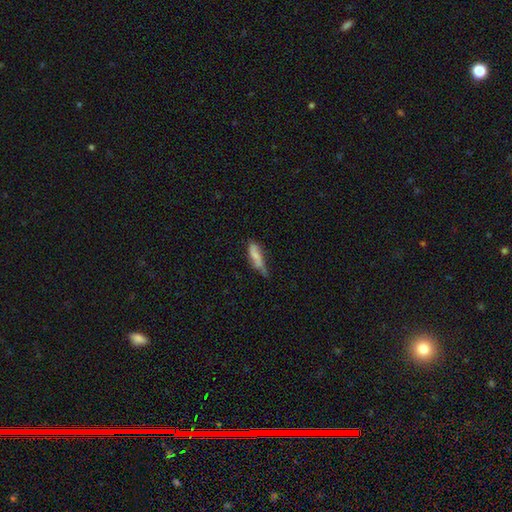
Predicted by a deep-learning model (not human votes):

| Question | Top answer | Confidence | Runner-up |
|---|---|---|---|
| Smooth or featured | smooth | 70% | featured or disk (22%) |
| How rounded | in between | 51% | cigar-shaped (46%) |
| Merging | minor disturbance | 45% | none (34%) |